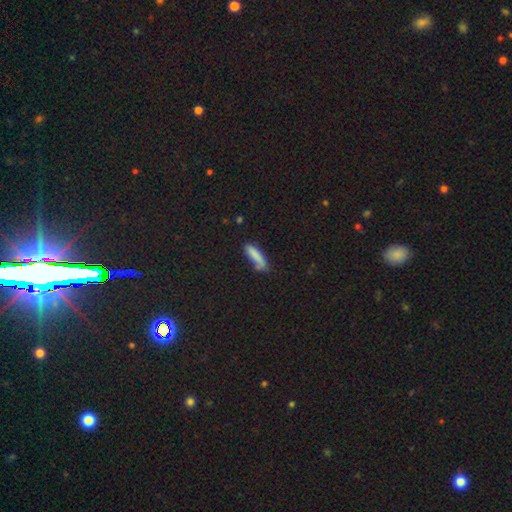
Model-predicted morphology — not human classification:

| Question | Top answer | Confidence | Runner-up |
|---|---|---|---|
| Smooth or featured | smooth | 83% | featured or disk (9%) |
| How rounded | cigar-shaped | 71% | in between (27%) |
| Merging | none | 64% | minor disturbance (24%) |